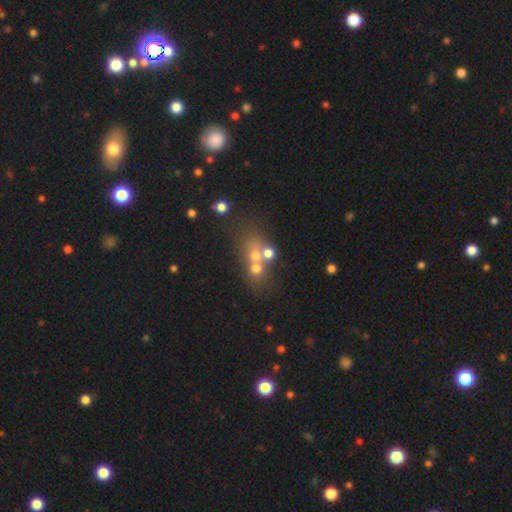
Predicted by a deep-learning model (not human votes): Q: Smooth or featured?
A: smooth (44%); runner-up: star or artifact (36%)
Q: Merging?
A: none (44%); runner-up: merger (41%)